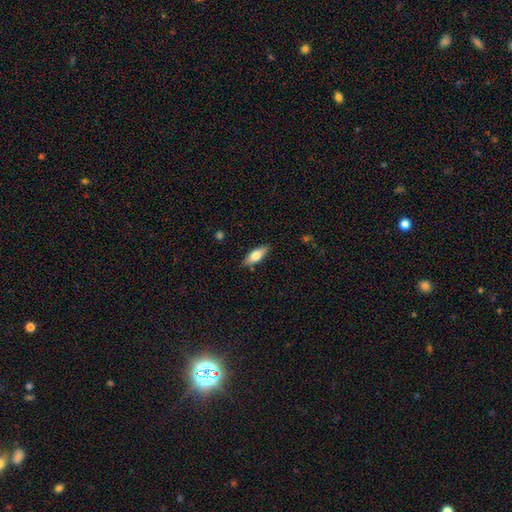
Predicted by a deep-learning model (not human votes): Overall: smooth (65%; featured or disk 29%). How rounded: in between (64%; cigar-shaped 33%). Merging: none (87%).